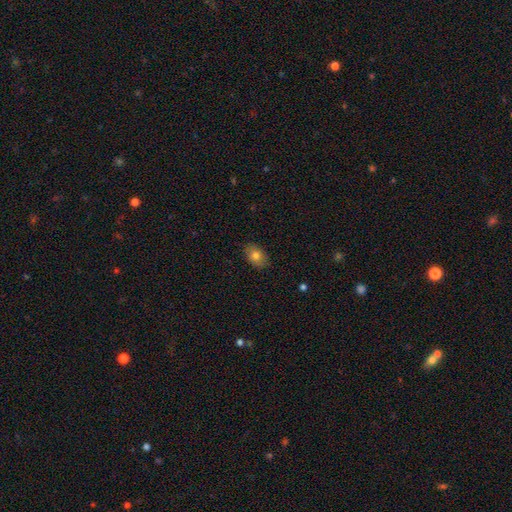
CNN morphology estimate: The model was most divided on "how rounded": in between: 80%, round: 19%, cigar-shaped: 1%. More confident: merging — none (85%); smooth or featured — smooth (78%).